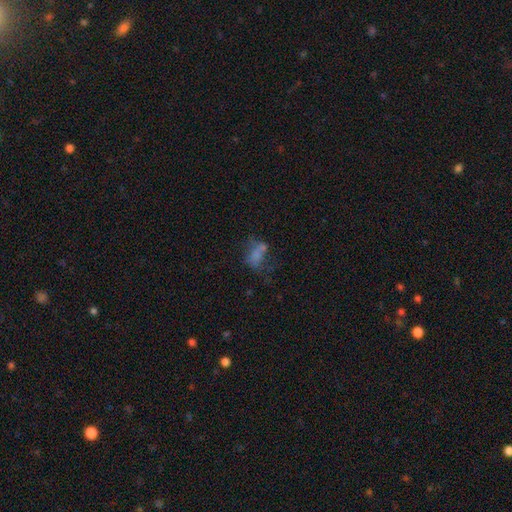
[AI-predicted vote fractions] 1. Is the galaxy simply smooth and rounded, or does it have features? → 54% smooth, 29% featured or disk, 16% star or artifact.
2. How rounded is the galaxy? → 82% in between, 14% round, 4% cigar-shaped.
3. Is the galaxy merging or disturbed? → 30% none, 28% major disturbance, 22% merger, 19% minor disturbance.